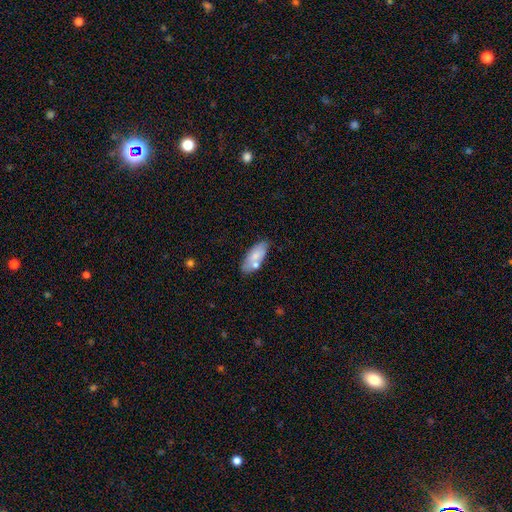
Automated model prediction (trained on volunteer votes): This is likely a smooth galaxy (74%). How rounded: clearly in between (83%). Merging: likely none (66%).